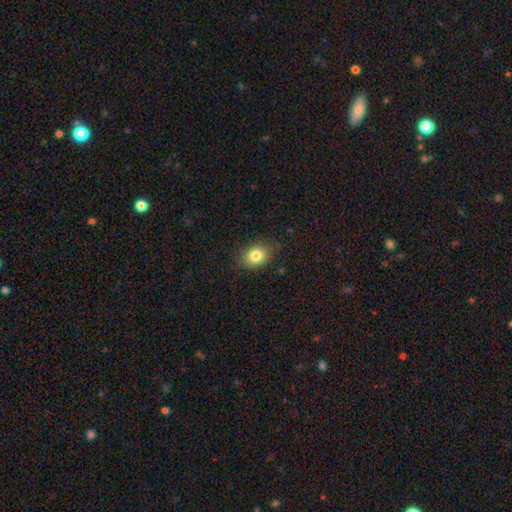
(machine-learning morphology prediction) A smooth galaxy with no disk features (82%) that is in between round and cigar-shaped (52%).

Vote fractions:
- Smooth or featured? smooth: 82% / star or artifact: 10% / featured or disk: 8%
- How rounded? in between: 52% / round: 47% / cigar-shaped: 1%
- Merging? none: 82% / minor disturbance: 14% / major disturbance: 3% / merger: 1%